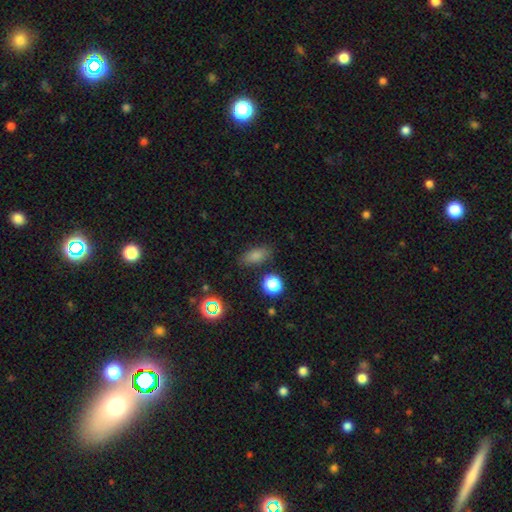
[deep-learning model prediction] Smooth or featured?
  - smooth: 79% *
  - star or artifact: 14%
  - featured or disk: 7%
How rounded?
  - in between: 79% *
  - round: 11%
  - cigar-shaped: 9%
Merging?
  - none: 82% *
  - minor disturbance: 12%
  - major disturbance: 3%
  - merger: 3%